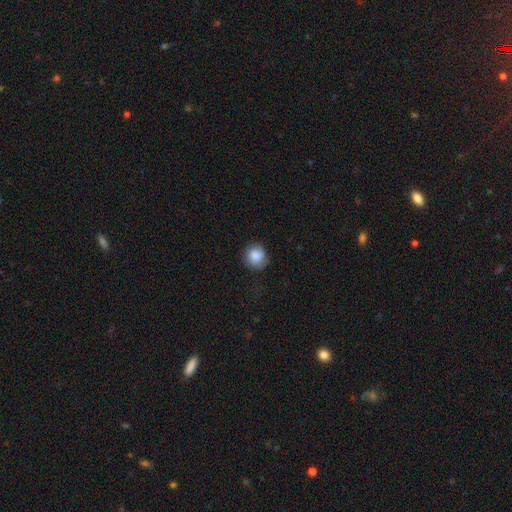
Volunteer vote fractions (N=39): smooth 85%, featured or disk 10%, star or artifact 5%. Down the decision tree: how rounded — round (94%); merging — none (86%).